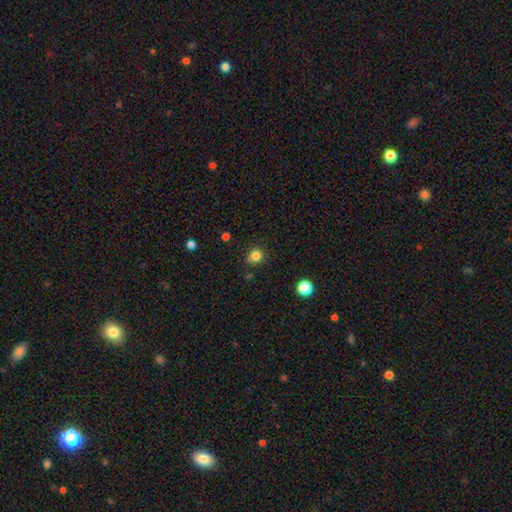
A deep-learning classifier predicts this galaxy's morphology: Smooth or featured?
  - smooth: 83% *
  - star or artifact: 13%
  - featured or disk: 4%
How rounded?
  - round: 84% *
  - in between: 16%
  - cigar-shaped: 1%
Merging?
  - none: 82% *
  - minor disturbance: 13%
  - major disturbance: 3%
  - merger: 2%